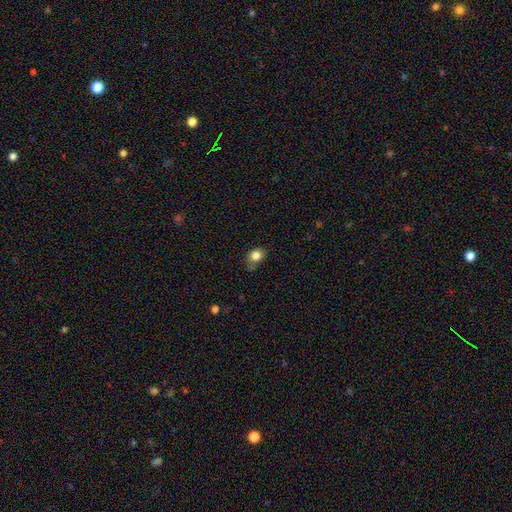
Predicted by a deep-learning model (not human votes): Smooth or featured?
  - smooth: 82% *
  - star or artifact: 10%
  - featured or disk: 8%
How rounded?
  - round: 54% *
  - in between: 45%
  - cigar-shaped: 1%
Merging?
  - none: 57% *
  - minor disturbance: 31%
  - major disturbance: 8%
  - merger: 3%